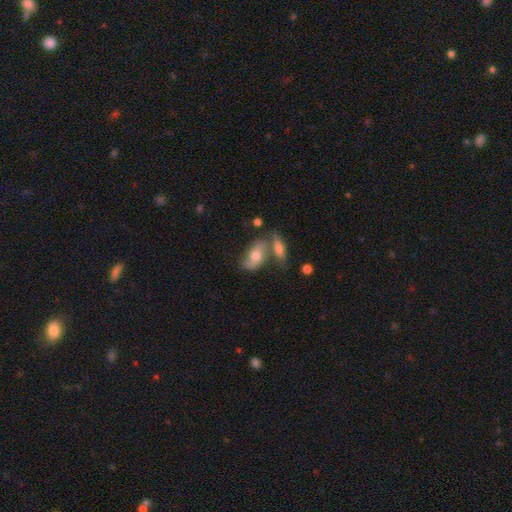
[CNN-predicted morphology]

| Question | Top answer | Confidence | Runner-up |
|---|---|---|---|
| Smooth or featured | featured or disk | 47% | smooth (39%) |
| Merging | none | 45% | merger (36%) |